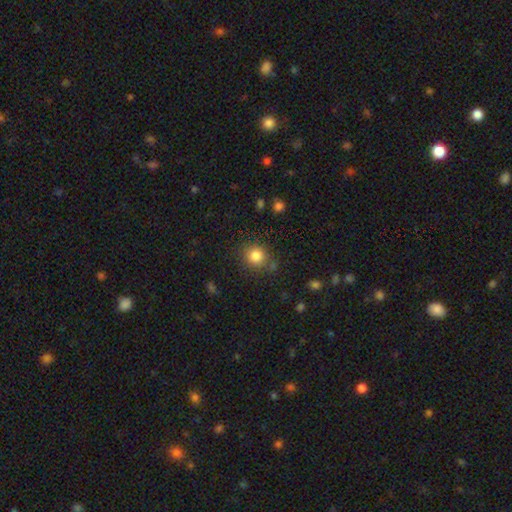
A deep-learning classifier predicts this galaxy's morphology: Smooth or featured: smooth — 83% (star or artifact — 12%)
How rounded: round — 86% (in between — 13%)
Merging: none — 82% (minor disturbance — 11%)